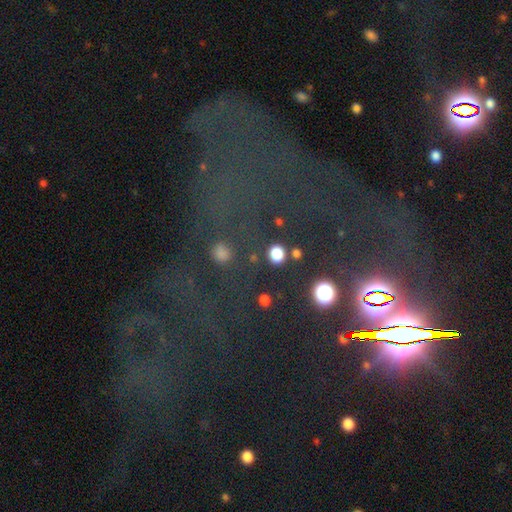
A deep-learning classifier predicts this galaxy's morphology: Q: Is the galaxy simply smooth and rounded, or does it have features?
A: star or artifact — 71%.